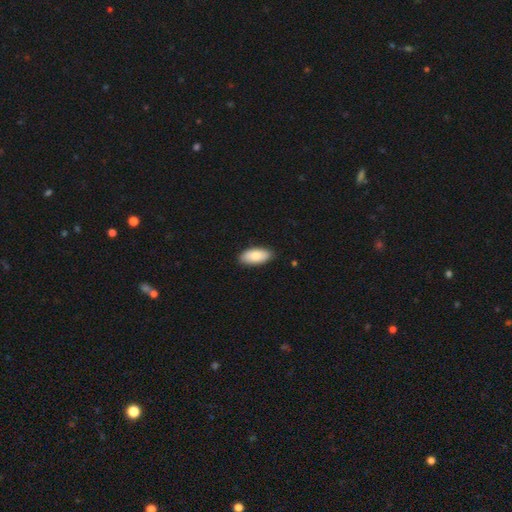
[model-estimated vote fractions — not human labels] Smooth or featured? Predicted: smooth (p=0.80). How rounded? Predicted: in between (p=0.92). Merging? Predicted: none (p=0.89).